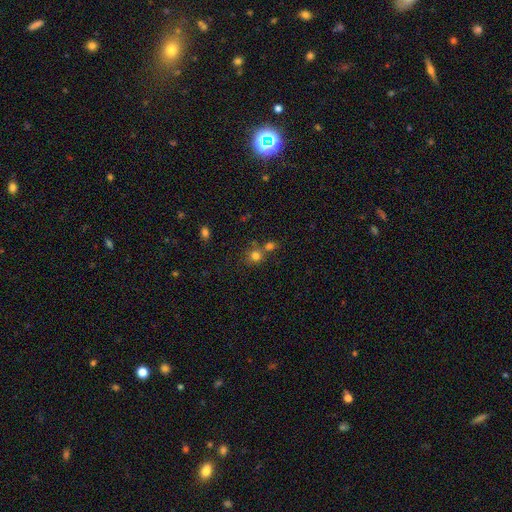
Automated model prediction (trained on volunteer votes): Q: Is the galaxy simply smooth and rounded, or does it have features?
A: smooth — 77%.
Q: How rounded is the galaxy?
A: round — 84%.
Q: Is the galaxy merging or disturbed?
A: none — 56%.